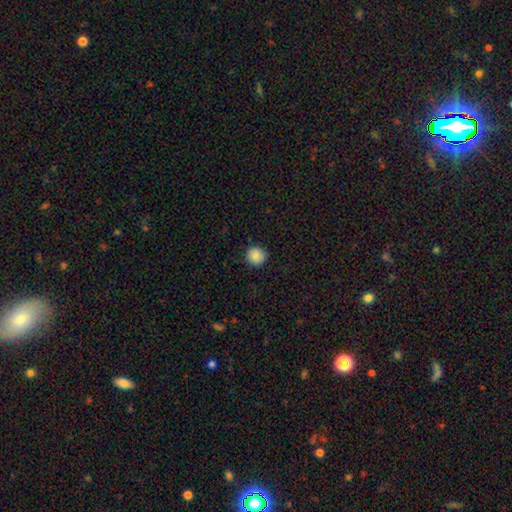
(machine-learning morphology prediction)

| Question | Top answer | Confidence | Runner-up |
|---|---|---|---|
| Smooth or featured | smooth | 87% | star or artifact (9%) |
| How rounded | round | 93% | in between (6%) |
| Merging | none | 91% | minor disturbance (6%) |